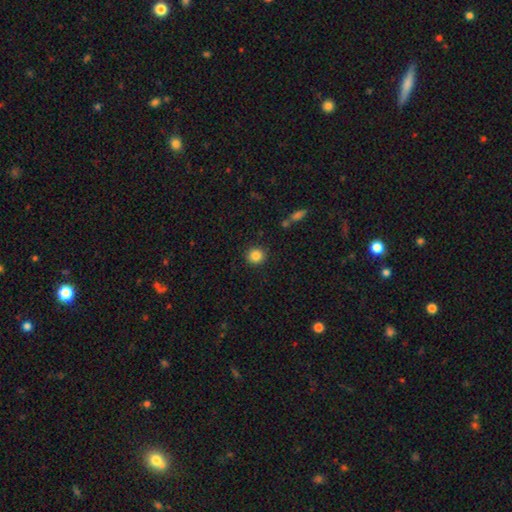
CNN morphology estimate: type=smooth (85%); roundness=round (92%); merging=none (91%).